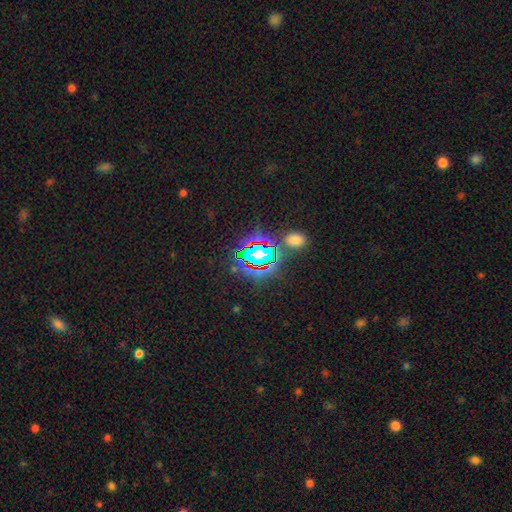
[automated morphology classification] Smooth or featured?
  - star or artifact: 79% *
  - smooth: 13%
  - featured or disk: 8%